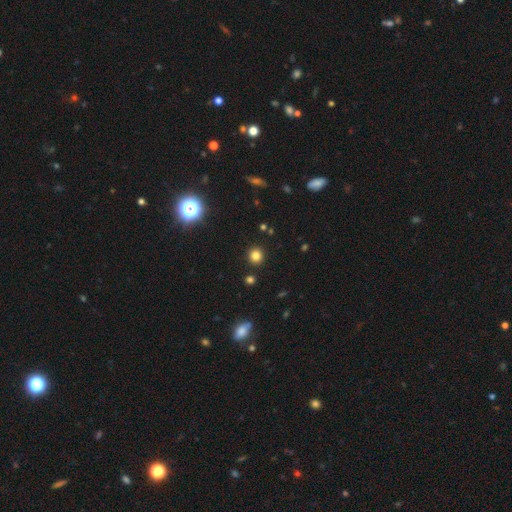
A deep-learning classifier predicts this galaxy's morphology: smooth 80%, star or artifact 15%, featured or disk 5%. Down the decision tree: how rounded — round (92%); merging — none (91%).